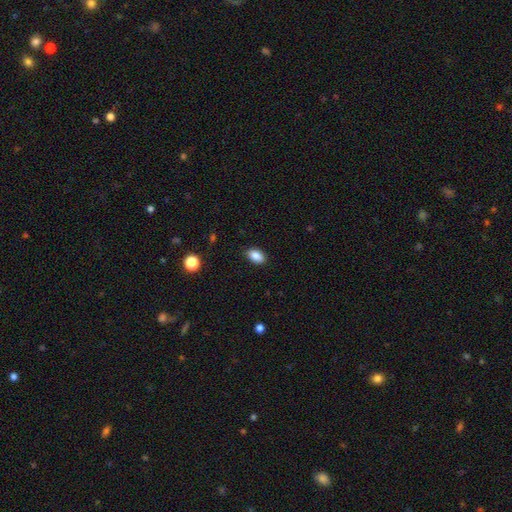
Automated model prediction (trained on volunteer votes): smooth 87%, star or artifact 8%, featured or disk 5%. Down the decision tree: how rounded — in between (90%); merging — none (87%).